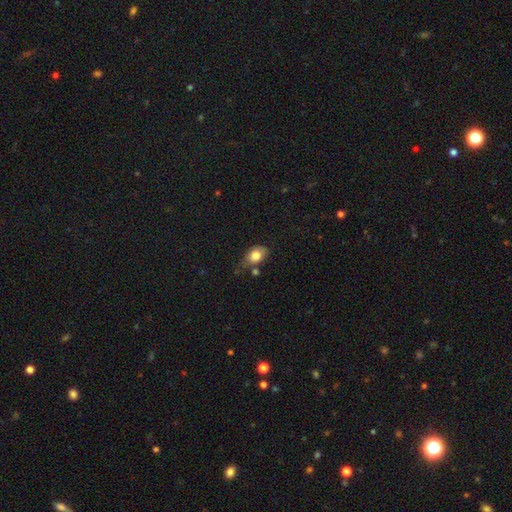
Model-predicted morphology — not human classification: A smooth galaxy with no disk features (81%) that is in between round and cigar-shaped (77%). Merging: none (51%).